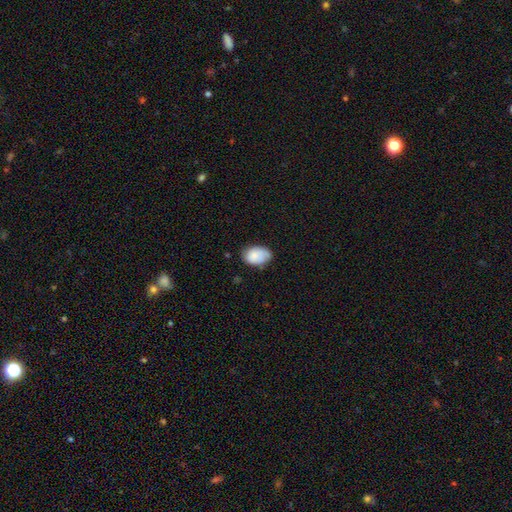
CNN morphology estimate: smooth_or_featured: smooth (p=0.78) [alt: featured or disk p=0.15]
how_rounded: in between (p=0.84) [alt: round p=0.15]
merging: none (p=0.59) [alt: minor disturbance p=0.32]